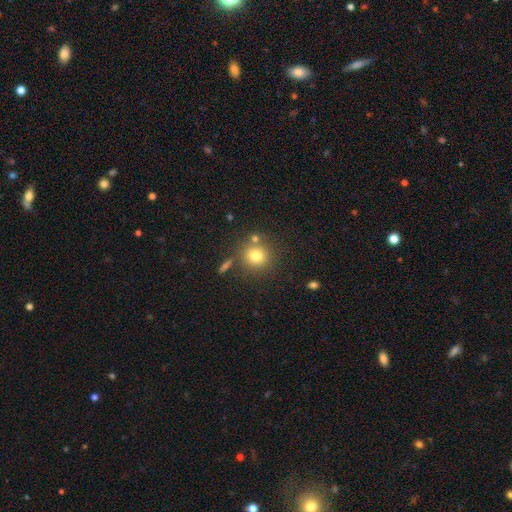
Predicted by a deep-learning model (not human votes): smooth_or_featured: smooth (p=0.77) [alt: star or artifact p=0.13]
how_rounded: round (p=0.91) [alt: in between p=0.08]
merging: none (p=0.75) [alt: merger p=0.12]